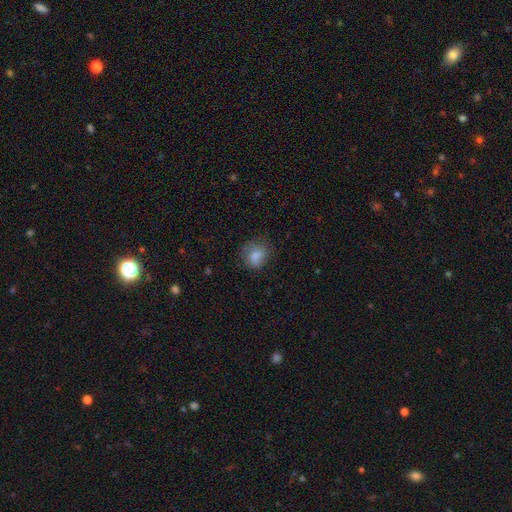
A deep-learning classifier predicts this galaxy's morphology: Smooth or featured: smooth — 77% (featured or disk — 13%)
How rounded: round — 63% (in between — 35%)
Merging: none — 62% (minor disturbance — 25%)